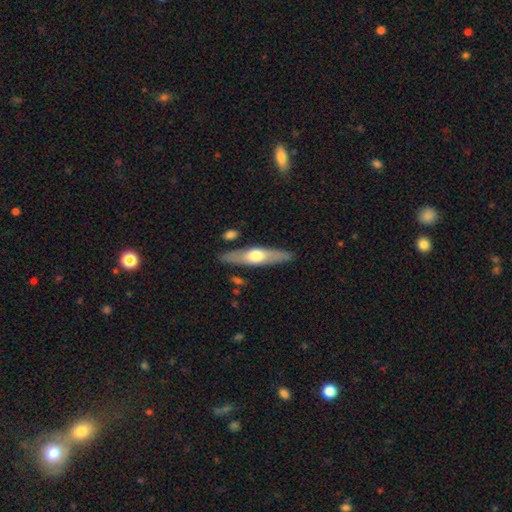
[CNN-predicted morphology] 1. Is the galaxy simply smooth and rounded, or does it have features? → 53% featured or disk, 42% smooth, 5% star or artifact.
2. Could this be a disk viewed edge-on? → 87% yes, 13% no.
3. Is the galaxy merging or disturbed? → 85% none, 10% minor disturbance, 3% merger, 2% major disturbance.